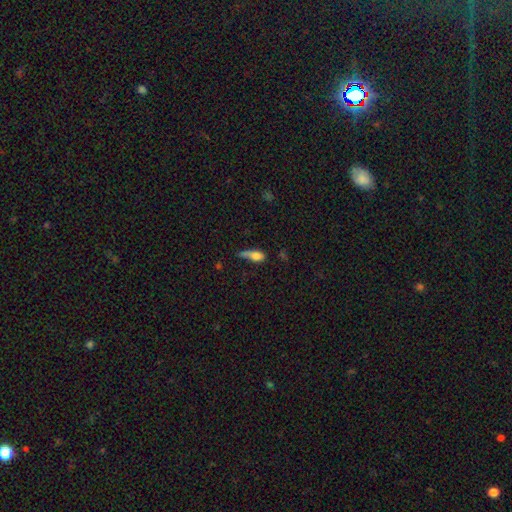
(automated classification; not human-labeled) Morphology: type=smooth (71%); roundness=in between (70%); merging=major disturbance (31%).